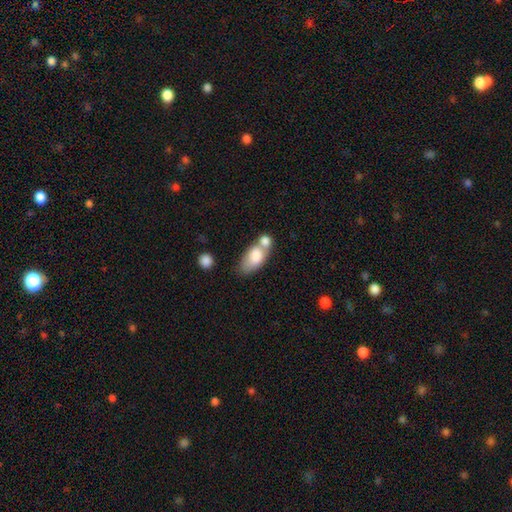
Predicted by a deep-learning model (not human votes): smooth 75%, featured or disk 18%, star or artifact 7%. Down the decision tree: how rounded — in between (86%); merging — merger (50%).